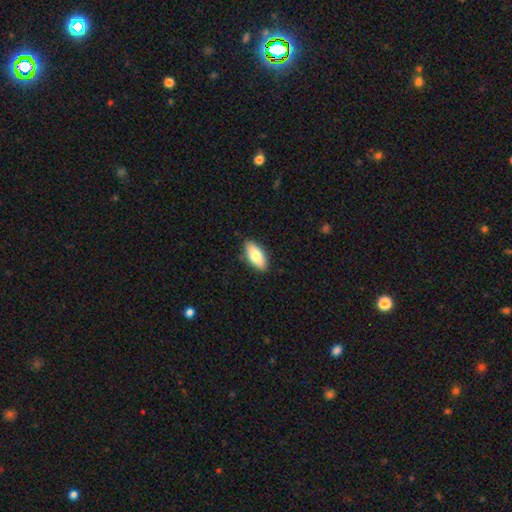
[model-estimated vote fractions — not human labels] A smooth galaxy with no disk features (76%) that is in between round and cigar-shaped (86%).

Vote fractions:
- Smooth or featured? smooth: 76% / featured or disk: 18% / star or artifact: 6%
- How rounded? in between: 86% / cigar-shaped: 12% / round: 2%
- Merging? none: 86% / minor disturbance: 11% / major disturbance: 2% / merger: 1%